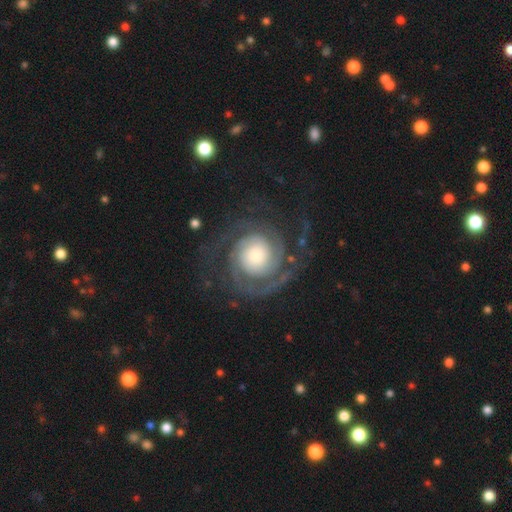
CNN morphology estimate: The model was most divided on "bulge size": large: 38%, moderate: 28%, small: 18%, dominant: 12%, none: 4%. More confident: edge-on disk — no (98%); spiral arms — yes (98%); smooth or featured — featured or disk (88%); bar — no (77%); merging — none (74%); spiral arm count — 2 (73%); spiral winding — tight (64%).